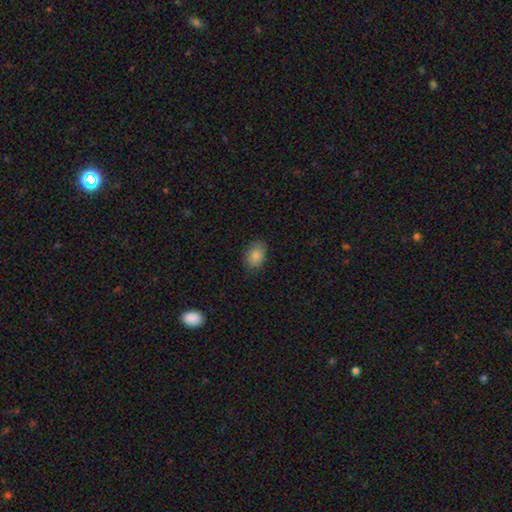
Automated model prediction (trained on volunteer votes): The model was most divided on "how rounded": in between: 77%, round: 22%, cigar-shaped: 1%. More confident: smooth or featured — smooth (83%); merging — none (83%).